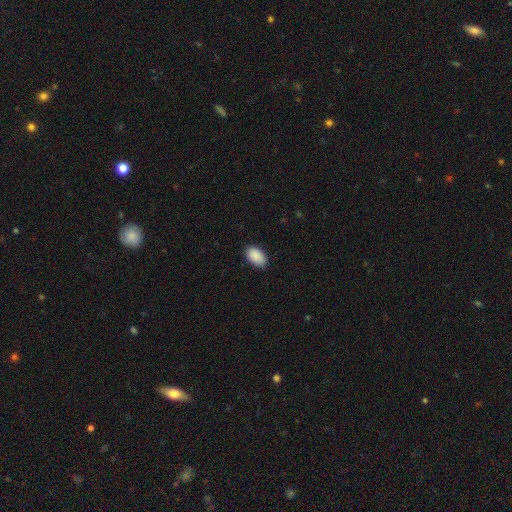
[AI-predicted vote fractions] smooth 91%, star or artifact 6%, featured or disk 3%. Down the decision tree: how rounded — in between (94%); merging — none (86%).